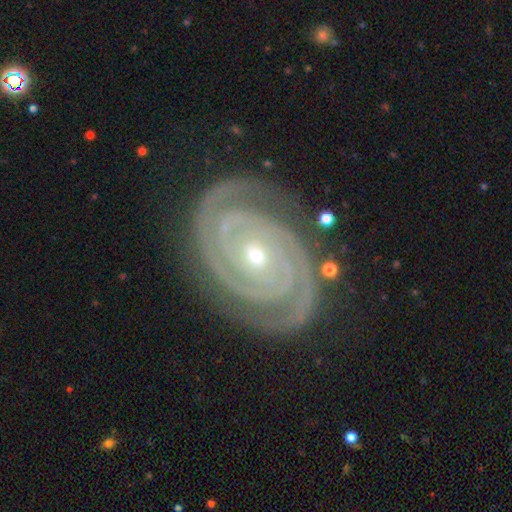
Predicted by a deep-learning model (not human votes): Smooth or featured: featured or disk — 93% (star or artifact — 5%)
Edge-on disk: no — 97% (yes — 3%)
Bar: no — 76% (weak — 14%)
Spiral arms: yes — 99% (no — 1%)
Spiral winding: tight — 89% (medium — 10%)
Spiral arm count: 2 — 86% (3 — 5%)
Bulge size: small — 68% (moderate — 29%)
Merging: none — 85% (minor disturbance — 11%)